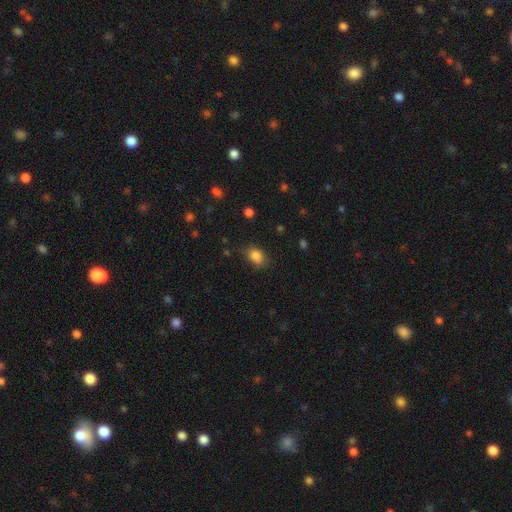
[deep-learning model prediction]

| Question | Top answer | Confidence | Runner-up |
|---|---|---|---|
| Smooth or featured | smooth | 84% | star or artifact (10%) |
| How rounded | in between | 74% | round (24%) |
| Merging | none | 76% | minor disturbance (18%) |